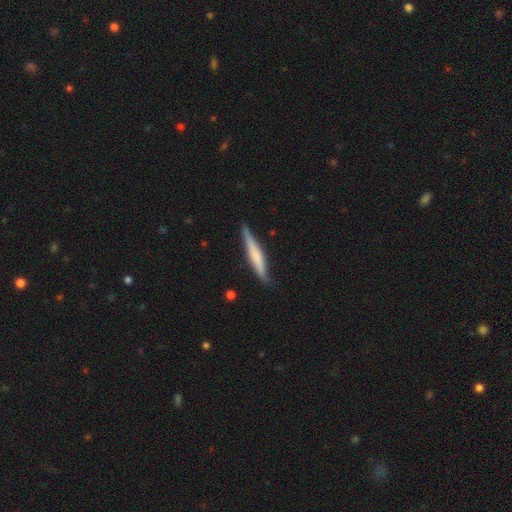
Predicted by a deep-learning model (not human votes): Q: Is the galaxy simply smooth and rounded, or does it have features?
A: smooth — 50%.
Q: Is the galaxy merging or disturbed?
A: none — 84%.